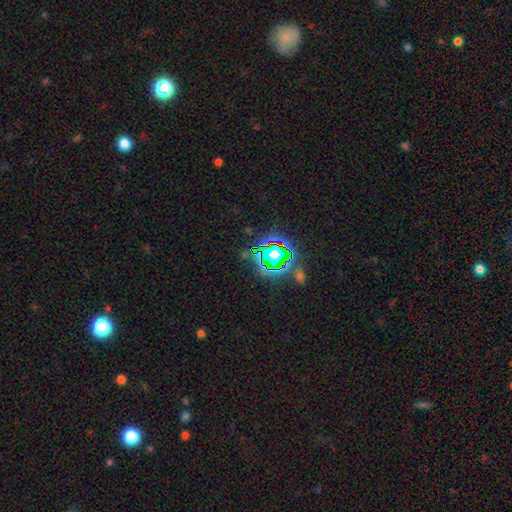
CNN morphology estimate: Smooth or featured?
  - star or artifact: 80% *
  - smooth: 13%
  - featured or disk: 7%